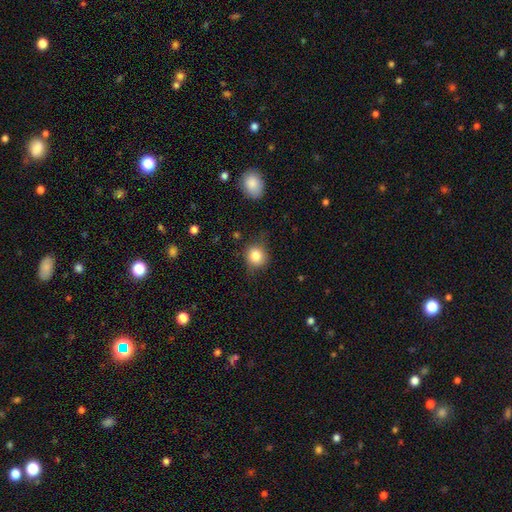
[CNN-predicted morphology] The model was most divided on "merging": none: 74%, minor disturbance: 19%, major disturbance: 5%, merger: 2%. More confident: how rounded — round (84%); smooth or featured — smooth (83%).